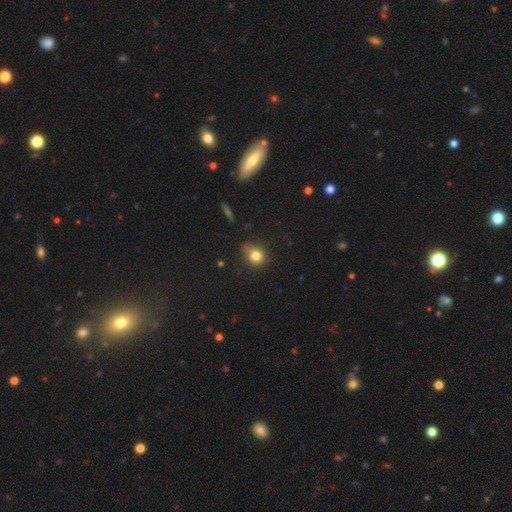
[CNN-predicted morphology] type=smooth (80%); roundness=round (73%); merging=none (65%).